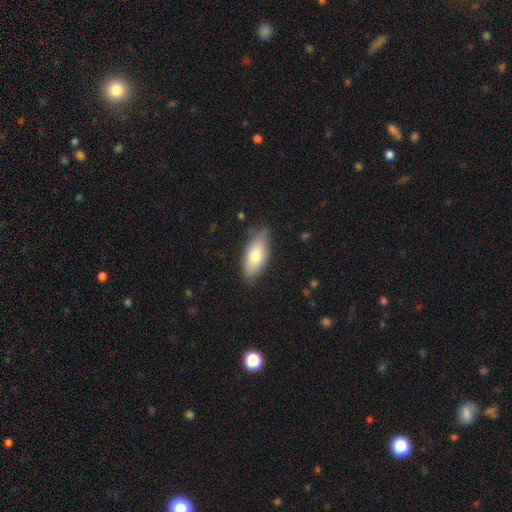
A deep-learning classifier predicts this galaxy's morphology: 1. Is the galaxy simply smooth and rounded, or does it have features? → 72% smooth, 22% featured or disk, 6% star or artifact.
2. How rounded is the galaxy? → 78% in between, 19% cigar-shaped, 3% round.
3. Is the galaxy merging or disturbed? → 81% none, 15% minor disturbance, 3% major disturbance, 1% merger.